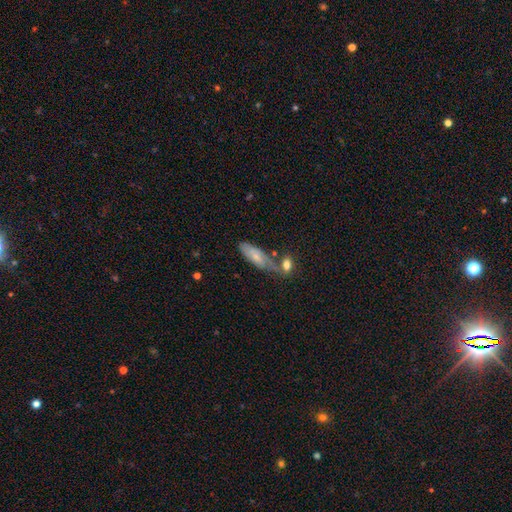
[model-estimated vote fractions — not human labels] smooth 66%, featured or disk 27%, star or artifact 6%. Down the decision tree: how rounded — in between (64%); merging — none (51%).